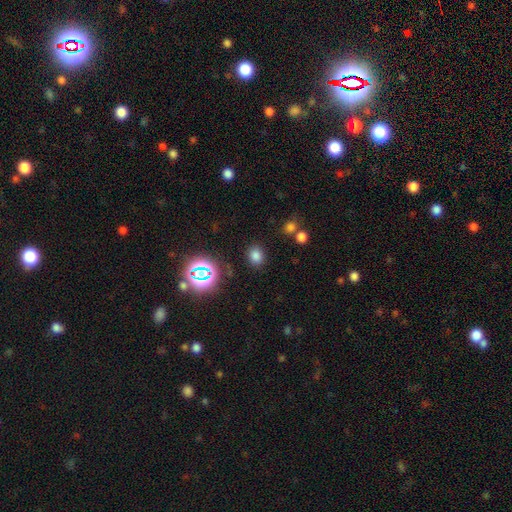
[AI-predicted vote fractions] Smooth or featured: smooth — 74% (star or artifact — 21%)
How rounded: round — 54% (in between — 44%)
Merging: none — 84% (minor disturbance — 9%)